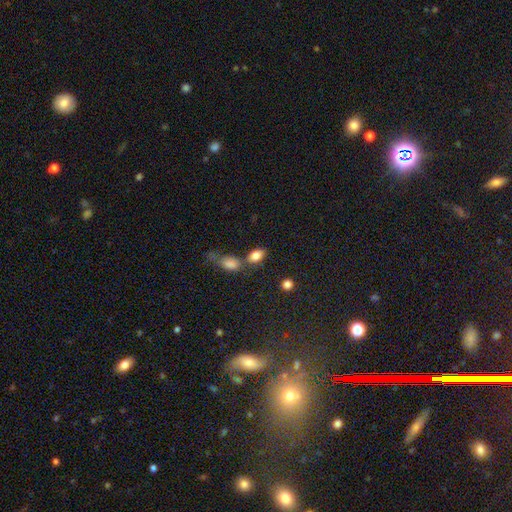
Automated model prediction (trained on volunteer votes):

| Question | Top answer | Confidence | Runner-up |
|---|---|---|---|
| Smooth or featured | smooth | 83% | star or artifact (9%) |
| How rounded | in between | 89% | round (8%) |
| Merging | none | 57% | merger (26%) |